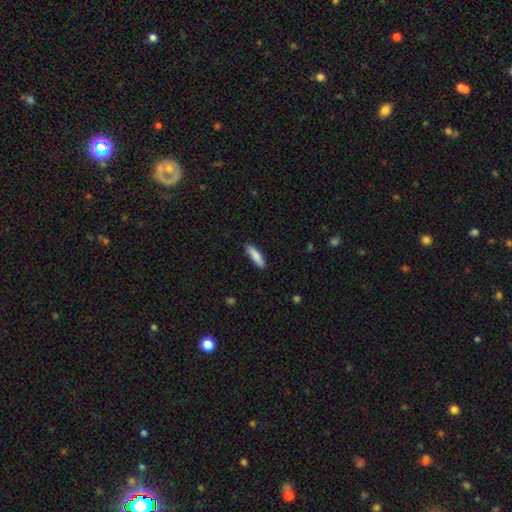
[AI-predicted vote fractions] The model was most divided on "how rounded": cigar-shaped: 64%, in between: 35%, round: 1%. More confident: smooth or featured — smooth (87%); merging — none (86%).